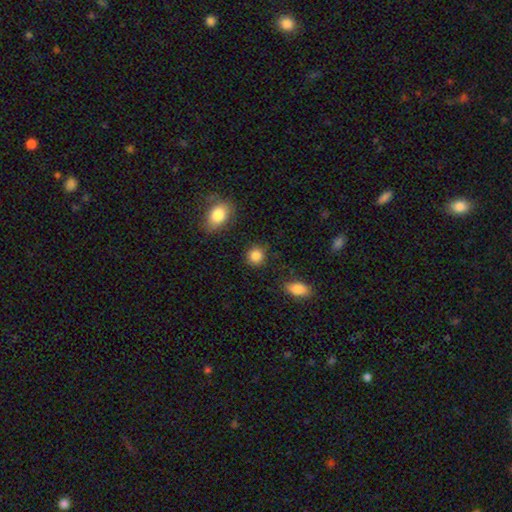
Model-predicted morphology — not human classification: smooth_or_featured: smooth (p=0.87) [alt: star or artifact p=0.09]
how_rounded: round (p=0.84) [alt: in between p=0.15]
merging: none (p=0.86) [alt: minor disturbance p=0.09]